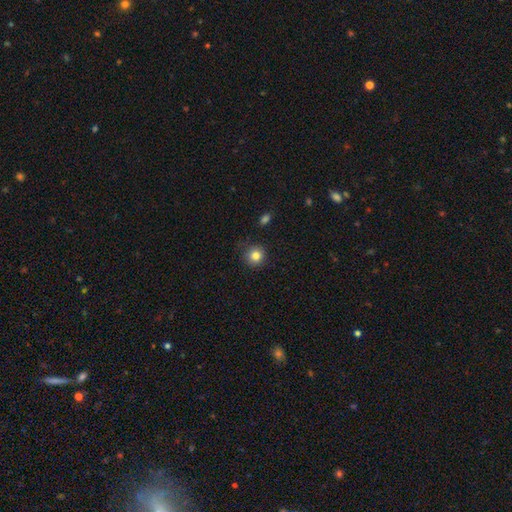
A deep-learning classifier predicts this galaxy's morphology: Q: Smooth or featured?
A: smooth (83%); runner-up: star or artifact (11%)
Q: How rounded?
A: round (93%); runner-up: in between (6%)
Q: Merging?
A: none (86%); runner-up: minor disturbance (10%)